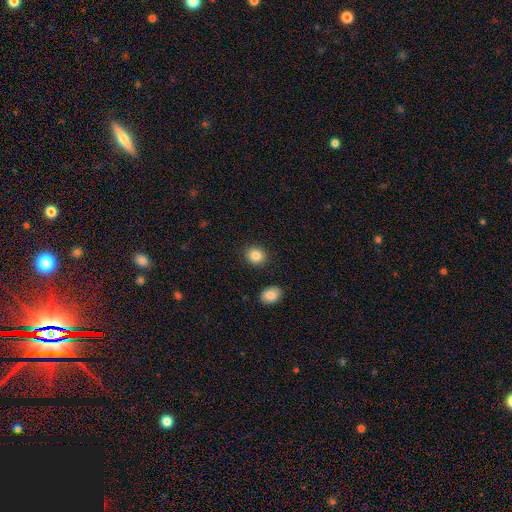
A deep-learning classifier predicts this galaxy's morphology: type=smooth (86%); roundness=round (75%); merging=none (88%).